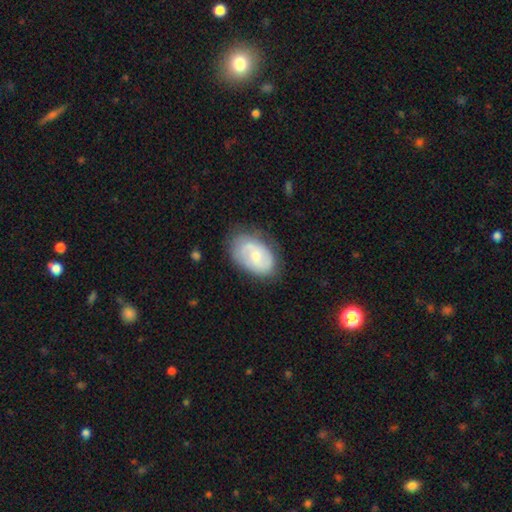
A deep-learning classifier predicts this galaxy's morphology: A featured or disk galaxy (55%) with no bar (70%), spiral arms (68%) and a moderate central bulge (49%). Merging: none (69%).